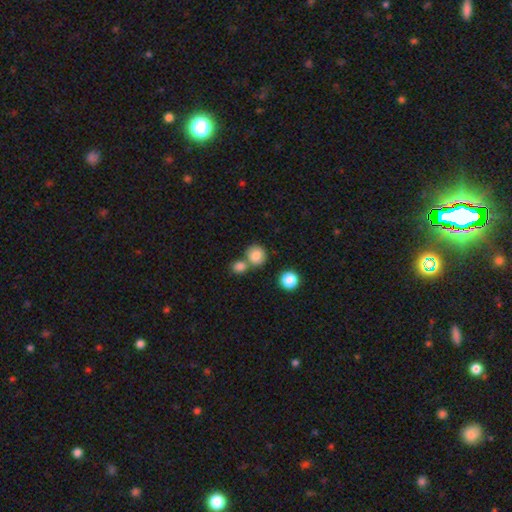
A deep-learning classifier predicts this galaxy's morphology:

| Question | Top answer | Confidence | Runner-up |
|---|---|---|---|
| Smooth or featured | smooth | 83% | star or artifact (10%) |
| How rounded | round | 84% | in between (15%) |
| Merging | none | 54% | merger (35%) |